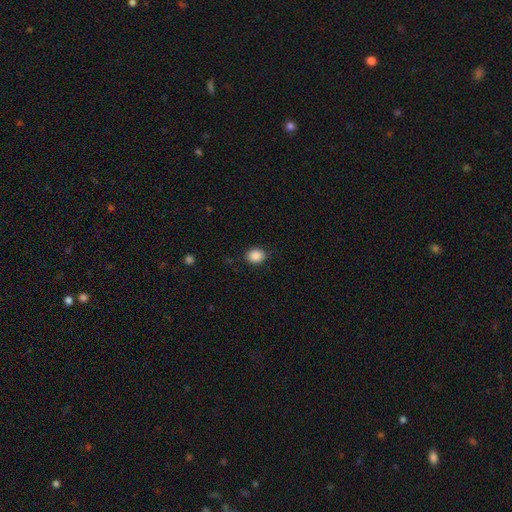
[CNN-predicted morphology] The model was most divided on "how rounded": round: 65%, in between: 34%, cigar-shaped: 1%. More confident: smooth or featured — smooth (88%); merging — none (85%).